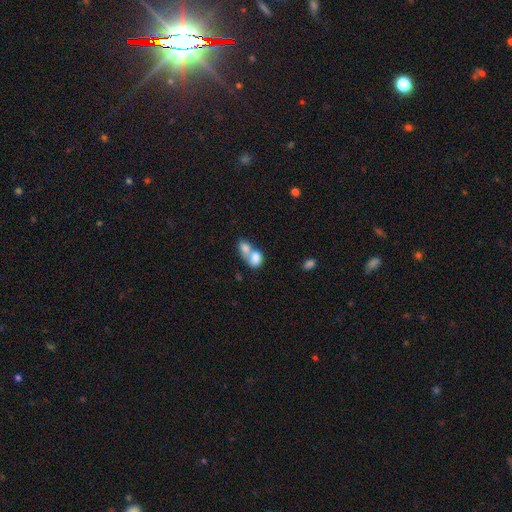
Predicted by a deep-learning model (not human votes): Smooth or featured? Predicted: smooth (p=0.79). How rounded? Predicted: in between (p=0.69). Merging? Predicted: merger (p=0.76).